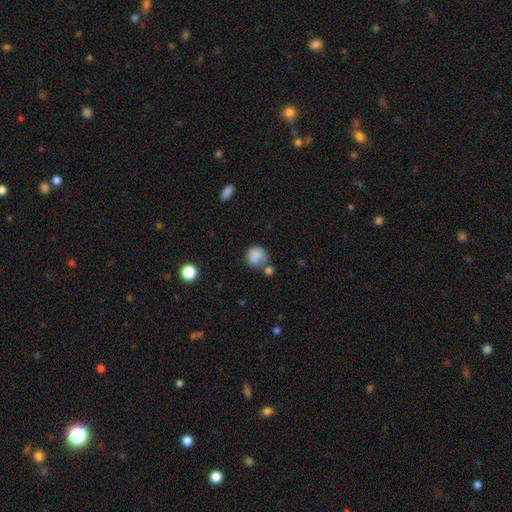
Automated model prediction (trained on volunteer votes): smooth_or_featured: smooth (p=0.82) [alt: star or artifact p=0.09]
how_rounded: round (p=0.76) [alt: in between p=0.23]
merging: none (p=0.48) [alt: merger p=0.21]